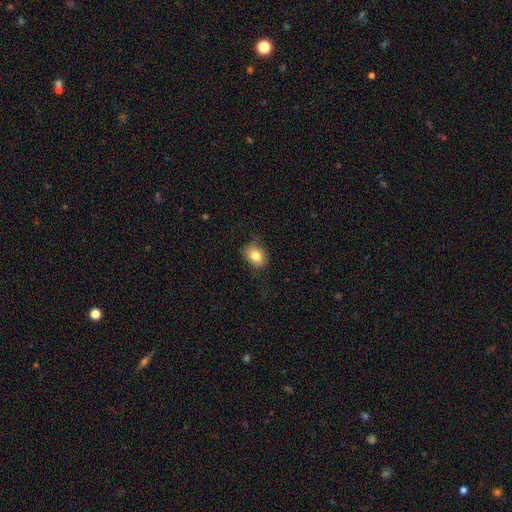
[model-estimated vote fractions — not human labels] A smooth galaxy with no disk features (82%) that is in between round and cigar-shaped (59%). Merging: none (78%).